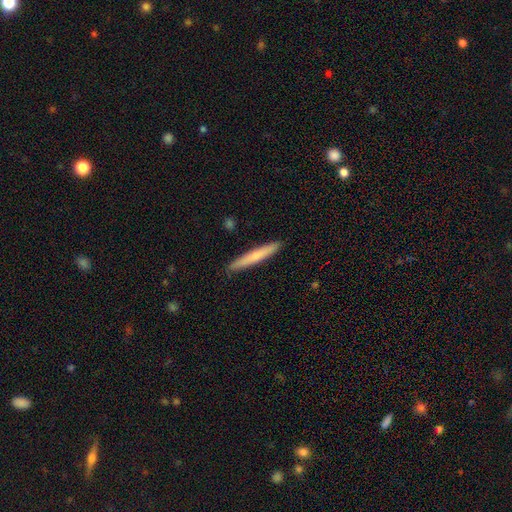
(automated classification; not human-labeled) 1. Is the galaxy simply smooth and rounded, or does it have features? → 68% smooth, 27% featured or disk, 5% star or artifact.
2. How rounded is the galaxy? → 96% cigar-shaped, 3% in between, 1% round.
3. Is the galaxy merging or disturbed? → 92% none, 6% minor disturbance, 1% major disturbance, 1% merger.